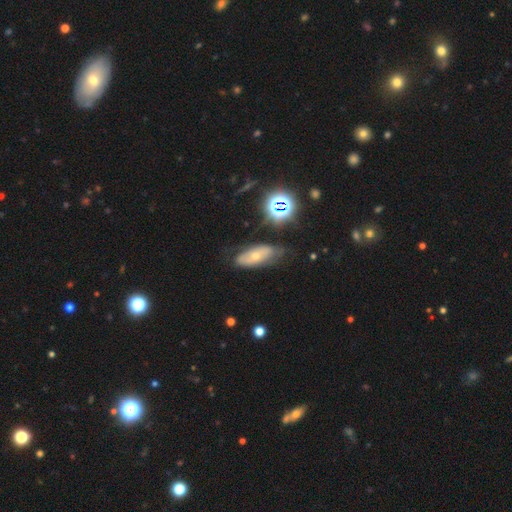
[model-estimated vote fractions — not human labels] smooth 44%, featured or disk 42%, star or artifact 14%. Down the decision tree: merging — none (59%).